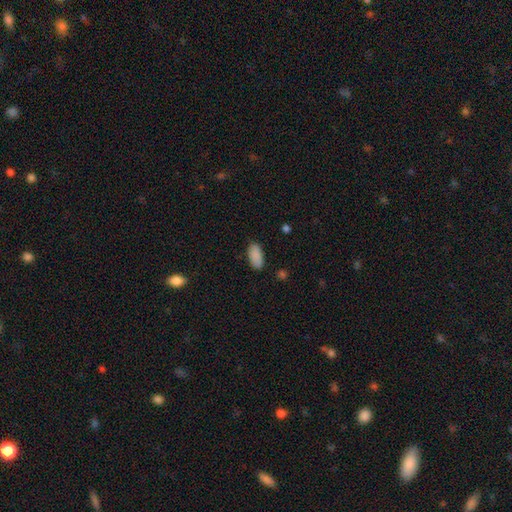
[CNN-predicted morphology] Smooth or featured?
  - smooth: 89% *
  - star or artifact: 7%
  - featured or disk: 4%
How rounded?
  - in between: 92% *
  - cigar-shaped: 5%
  - round: 2%
Merging?
  - none: 83% *
  - minor disturbance: 13%
  - major disturbance: 3%
  - merger: 1%